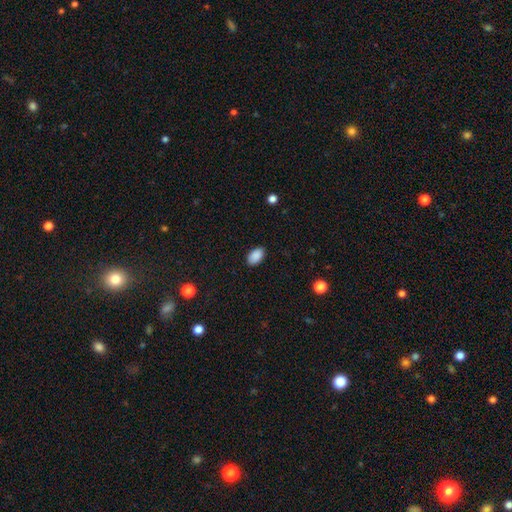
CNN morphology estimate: Smooth or featured: smooth — 89% (star or artifact — 8%)
How rounded: in between — 93% (round — 6%)
Merging: none — 88% (minor disturbance — 9%)